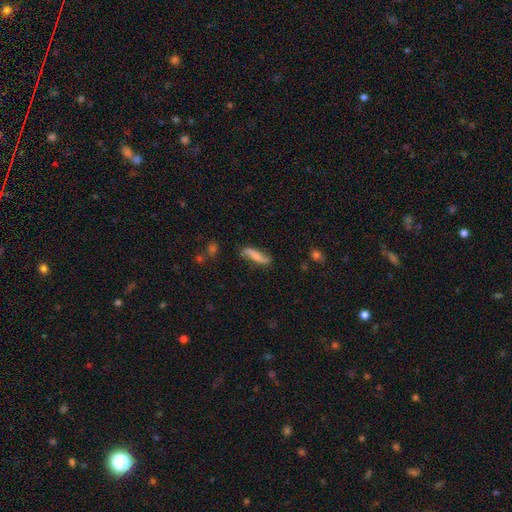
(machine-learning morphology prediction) type=smooth (48%); merging=none (73%).